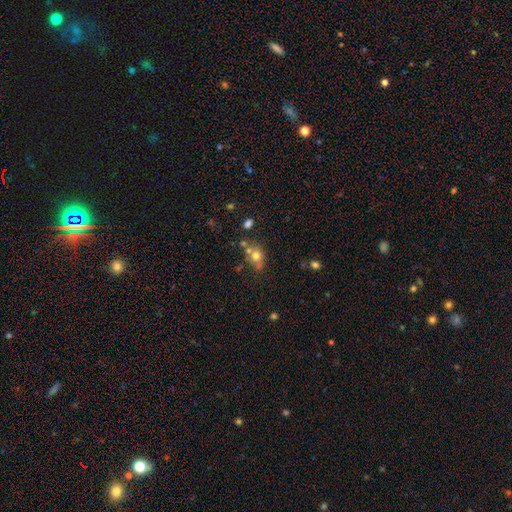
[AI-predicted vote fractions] Overall: smooth (70%). How rounded: round (51%; in between 48%). Merging: none (51%; merger 27%).